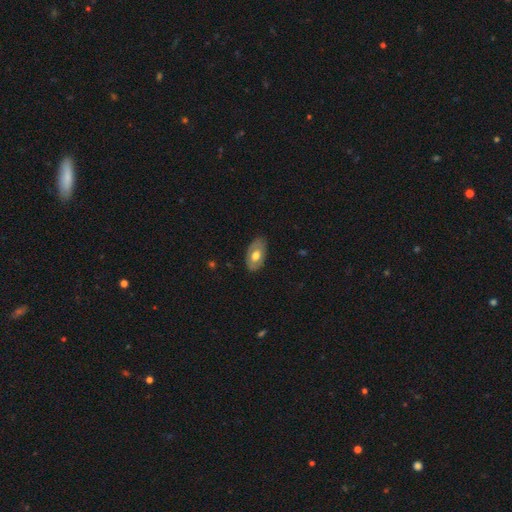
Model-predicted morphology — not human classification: smooth_or_featured: smooth (p=0.57) [alt: featured or disk p=0.37]
how_rounded: in between (p=0.92) [alt: round p=0.06]
merging: none (p=0.80) [alt: minor disturbance p=0.16]